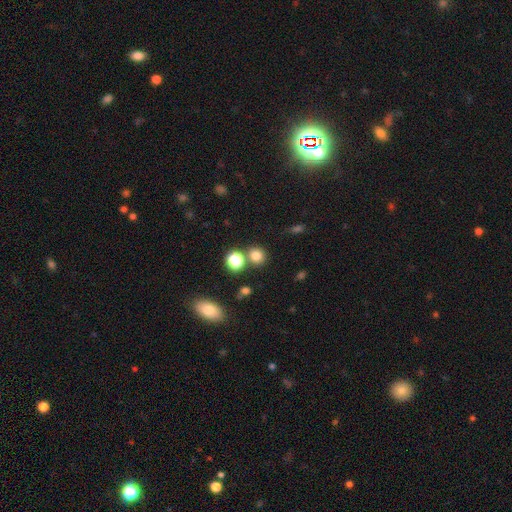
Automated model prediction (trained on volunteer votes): The model was most divided on "merging": none: 72%, merger: 16%, minor disturbance: 9%, major disturbance: 3%. More confident: how rounded — round (84%); smooth or featured — smooth (78%).